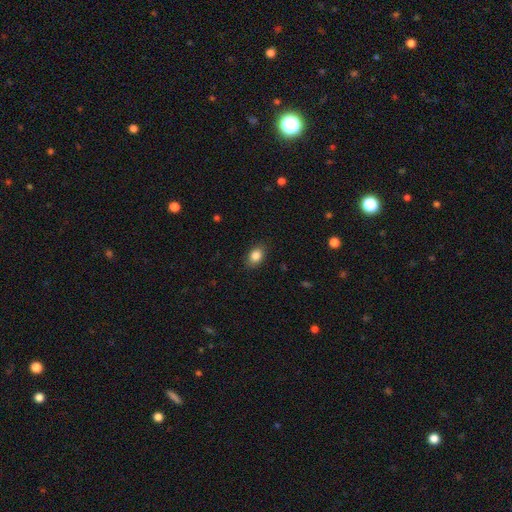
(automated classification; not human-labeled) Smooth or featured? smooth (86%)
How rounded? in between (78%)
Merging? none (86%)